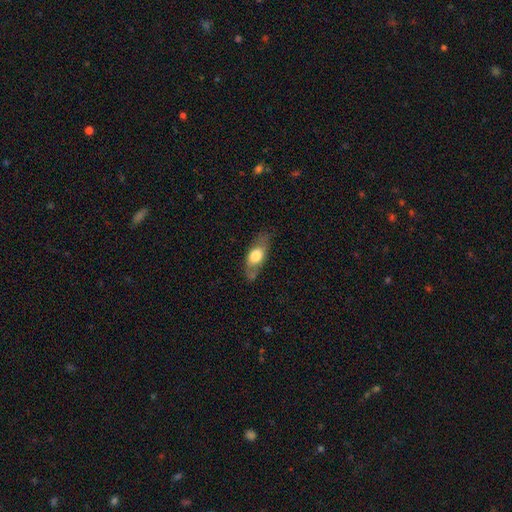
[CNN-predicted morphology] smooth_or_featured: smooth (p=0.60) [alt: featured or disk p=0.34]
how_rounded: in between (p=0.75) [alt: cigar-shaped p=0.19]
merging: none (p=0.67) [alt: minor disturbance p=0.24]